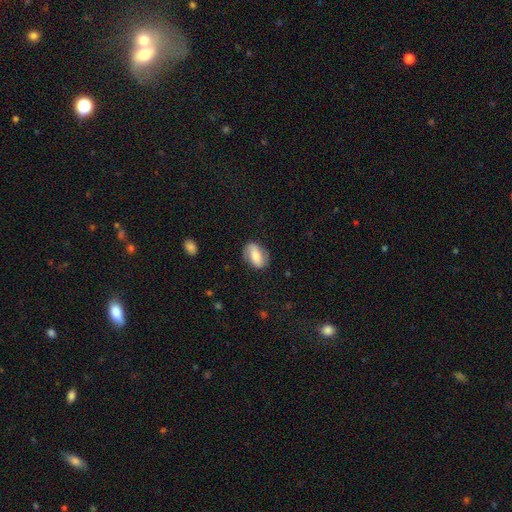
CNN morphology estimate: Overall: smooth (54%; featured or disk 39%). How rounded: in between (82%). Merging: none (80%).